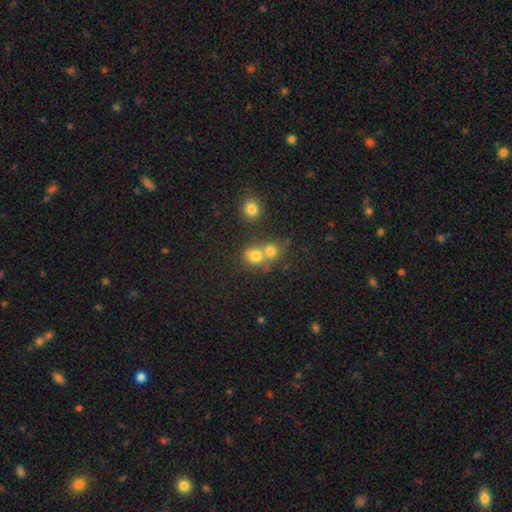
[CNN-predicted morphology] A smooth galaxy with no disk features (74%) that is round (76%). Merging: merger (51%).